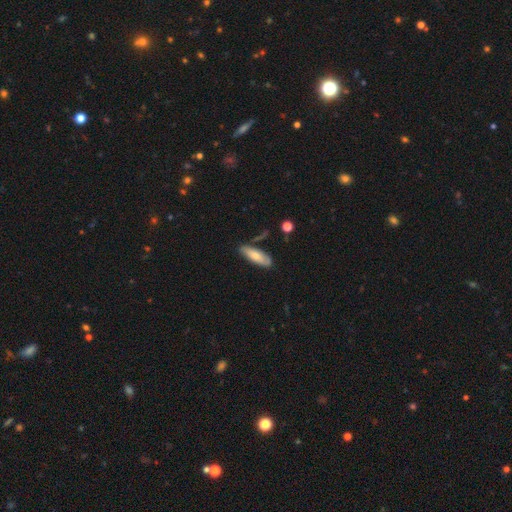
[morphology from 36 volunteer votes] smooth-or-featured: smooth: 67% | featured or disk: 31% | star or artifact: 3%
  how-rounded: in between: 58% | cigar-shaped: 38% | round: 4%
  merging: none: 77% | minor disturbance: 17% | major disturbance: 3% | merger: 3%